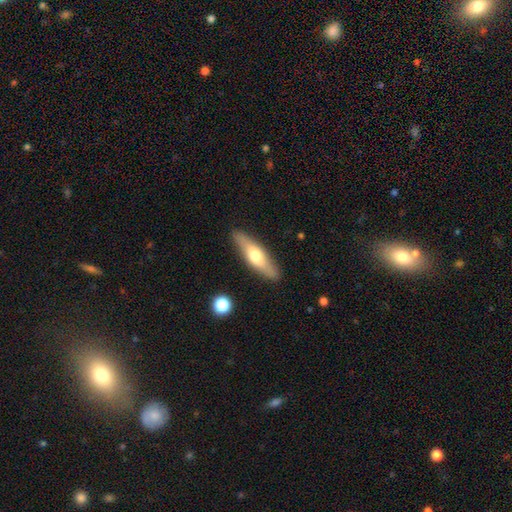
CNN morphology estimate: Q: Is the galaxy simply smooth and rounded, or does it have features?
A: smooth — 51%.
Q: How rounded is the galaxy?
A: cigar-shaped — 65%.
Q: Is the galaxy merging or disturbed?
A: none — 88%.